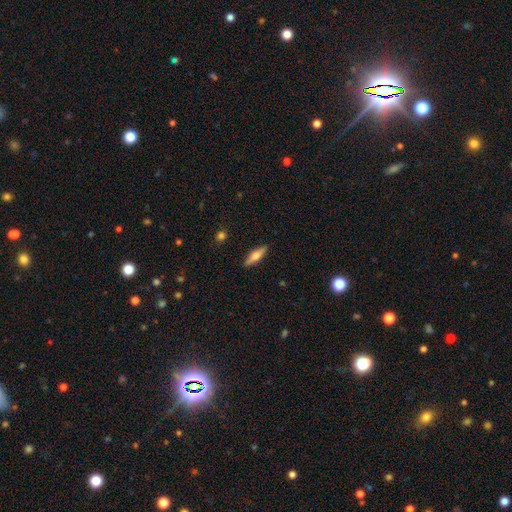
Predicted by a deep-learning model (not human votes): The model was most divided on "smooth or featured": smooth: 55%, featured or disk: 39%, star or artifact: 6%. More confident: merging — none (88%); how rounded — cigar-shaped (60%).